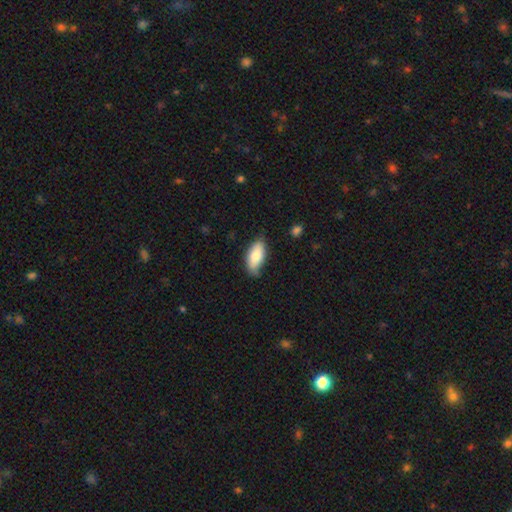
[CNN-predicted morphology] smooth-or-featured: smooth: 81% | featured or disk: 13% | star or artifact: 6%
  how-rounded: in between: 90% | cigar-shaped: 8% | round: 2%
  merging: none: 69% | minor disturbance: 25% | major disturbance: 4% | merger: 2%